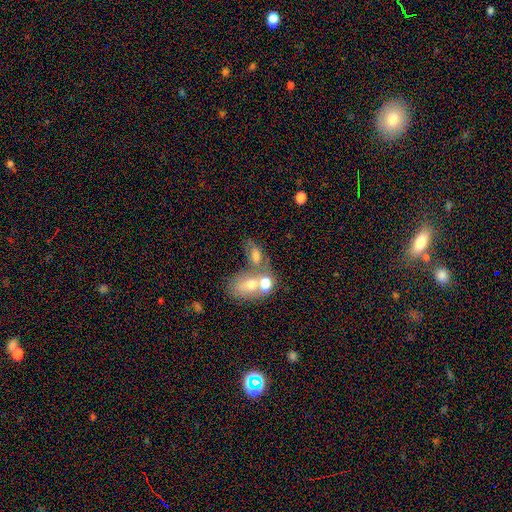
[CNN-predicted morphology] Smooth or featured?
  - smooth: 60% *
  - featured or disk: 26%
  - star or artifact: 14%
How rounded?
  - in between: 79% *
  - round: 18%
  - cigar-shaped: 3%
Merging?
  - merger: 57% *
  - none: 22%
  - major disturbance: 11%
  - minor disturbance: 10%